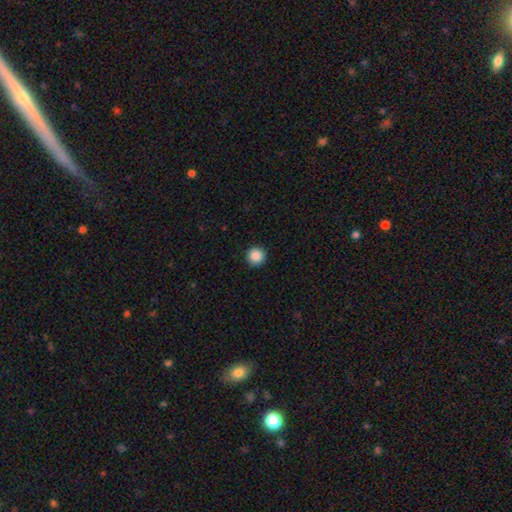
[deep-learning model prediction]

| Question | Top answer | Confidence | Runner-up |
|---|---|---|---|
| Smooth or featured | smooth | 88% | star or artifact (9%) |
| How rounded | round | 96% | in between (3%) |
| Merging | none | 93% | minor disturbance (5%) |